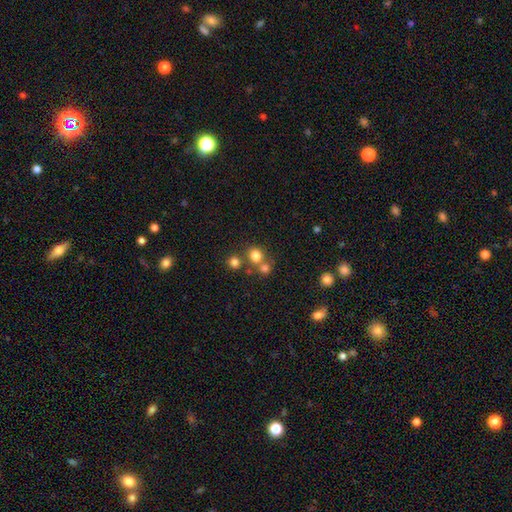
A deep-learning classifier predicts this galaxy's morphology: smooth 77%, star or artifact 15%, featured or disk 8%. Down the decision tree: how rounded — round (86%); merging — none (62%).